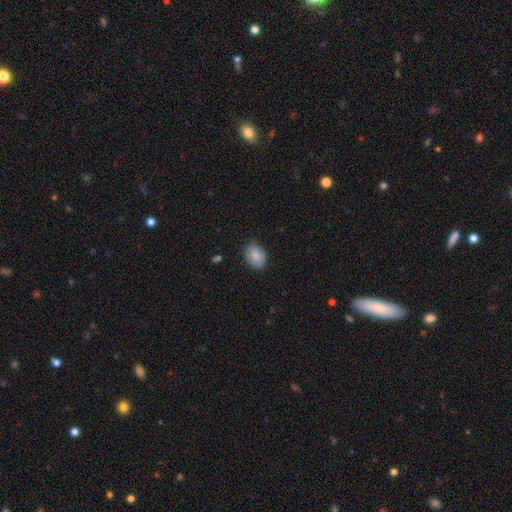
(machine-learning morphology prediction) A smooth galaxy with no disk features (85%) that is in between round and cigar-shaped (79%). Merging: none (83%).